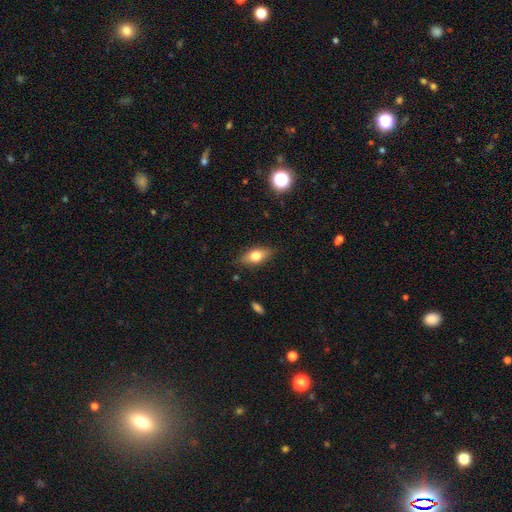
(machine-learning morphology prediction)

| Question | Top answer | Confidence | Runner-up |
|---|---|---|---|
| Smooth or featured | smooth | 68% | featured or disk (24%) |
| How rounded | in between | 80% | cigar-shaped (14%) |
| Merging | none | 84% | minor disturbance (12%) |